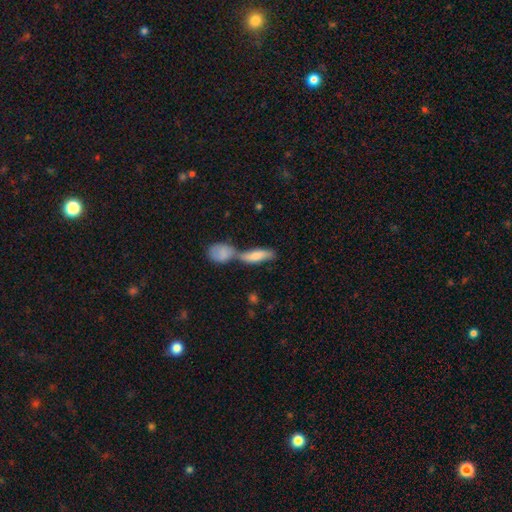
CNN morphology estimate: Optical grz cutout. It shows a smooth galaxy with no disk features (70%) that is in between round and cigar-shaped (49%). Merging: merger (57%).